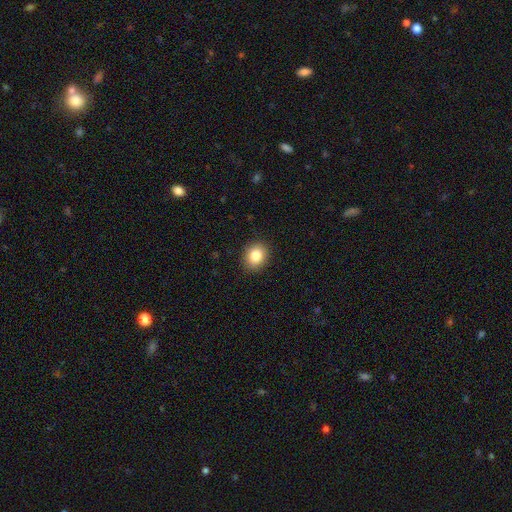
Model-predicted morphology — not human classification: A smooth galaxy with no disk features (85%) that is round (62%). Merging: none (89%).